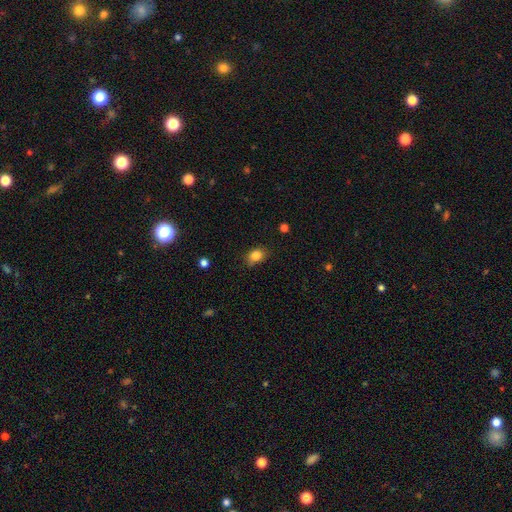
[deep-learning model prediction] Smooth or featured: smooth — 83% (star or artifact — 11%)
How rounded: in between — 54% (round — 45%)
Merging: none — 71% (minor disturbance — 23%)